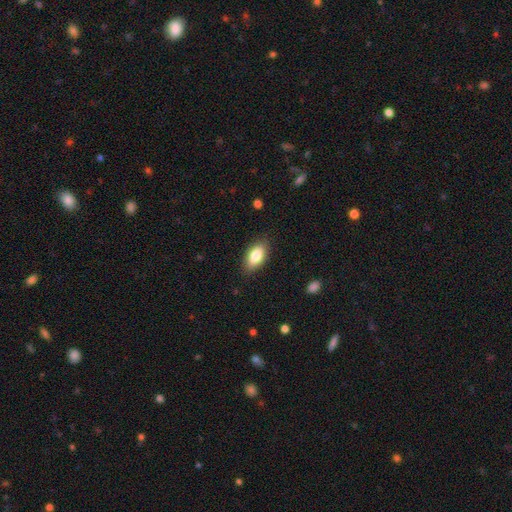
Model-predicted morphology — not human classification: Smooth or featured?
  - smooth: 82% *
  - featured or disk: 11%
  - star or artifact: 7%
How rounded?
  - in between: 89% *
  - cigar-shaped: 8%
  - round: 3%
Merging?
  - none: 86% *
  - minor disturbance: 10%
  - major disturbance: 2%
  - merger: 1%